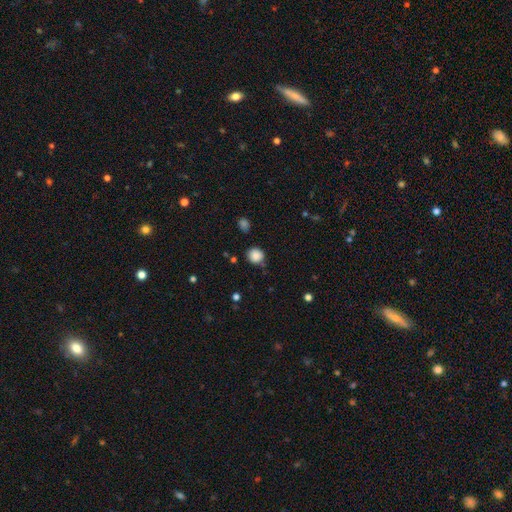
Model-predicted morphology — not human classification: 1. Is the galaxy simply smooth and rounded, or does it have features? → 86% smooth, 10% star or artifact, 4% featured or disk.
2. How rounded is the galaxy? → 88% round, 11% in between, 1% cigar-shaped.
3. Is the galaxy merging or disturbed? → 78% none, 15% minor disturbance, 4% merger, 4% major disturbance.